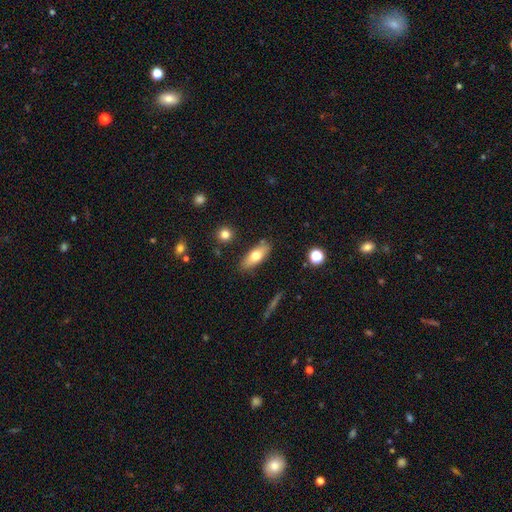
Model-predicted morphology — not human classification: Overall: smooth (69%). How rounded: in between (72%). Merging: none (83%).